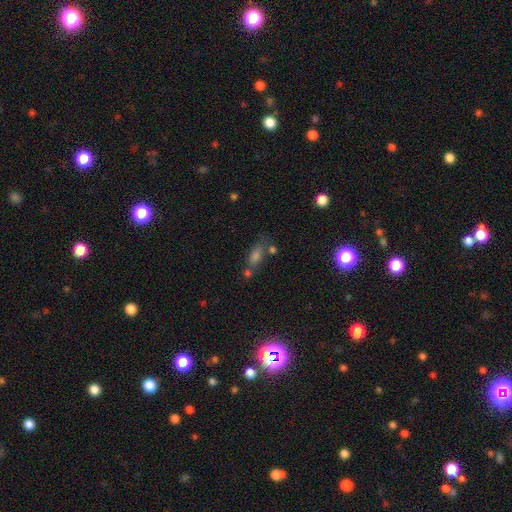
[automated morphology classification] This appears to be a smooth galaxy with no disk features (59%) that is in between round and cigar-shaped (62%). Merging: none (60%).